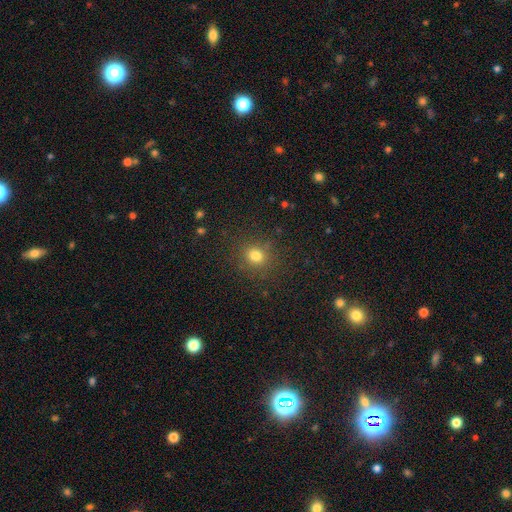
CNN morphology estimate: A smooth galaxy with no disk features (78%) that is round (81%). Merging: none (86%).